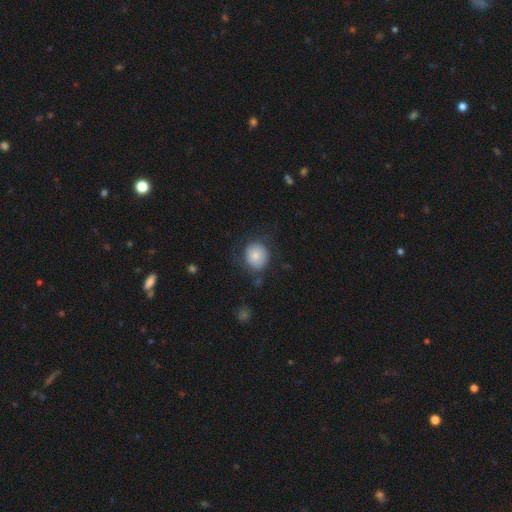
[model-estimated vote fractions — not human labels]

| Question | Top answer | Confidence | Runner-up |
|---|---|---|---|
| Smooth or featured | smooth | 75% | featured or disk (17%) |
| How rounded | round | 76% | in between (23%) |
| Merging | none | 66% | minor disturbance (21%) |